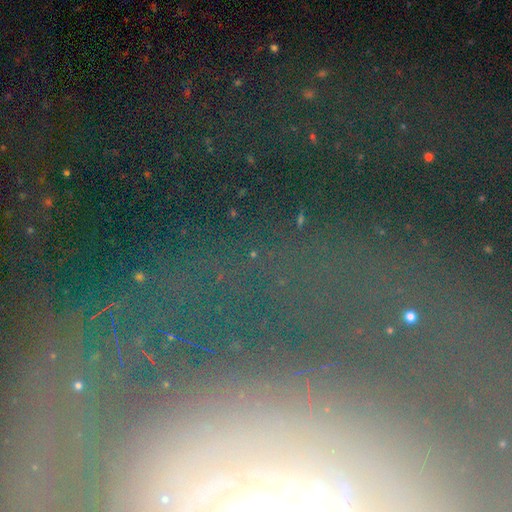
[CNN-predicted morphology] type=star or artifact (46%).